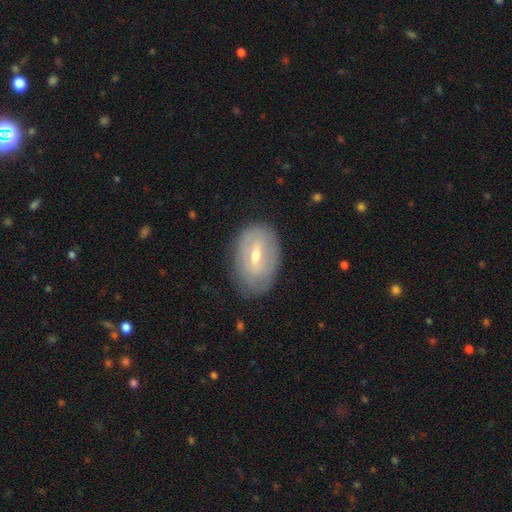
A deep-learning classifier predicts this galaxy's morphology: Smooth or featured?
  - featured or disk: 58% *
  - smooth: 35%
  - star or artifact: 7%
Edge-on disk?
  - no: 90% *
  - yes: 10%
Bar?
  - weak: 51% *
  - strong: 30%
  - no: 20%
Spiral arms?
  - no: 59% *
  - yes: 41%
Bulge size?
  - moderate: 54% *
  - small: 42%
  - large: 2%
  - none: 1%
  - dominant: 1%
Merging?
  - none: 77% *
  - minor disturbance: 17%
  - major disturbance: 5%
  - merger: 1%